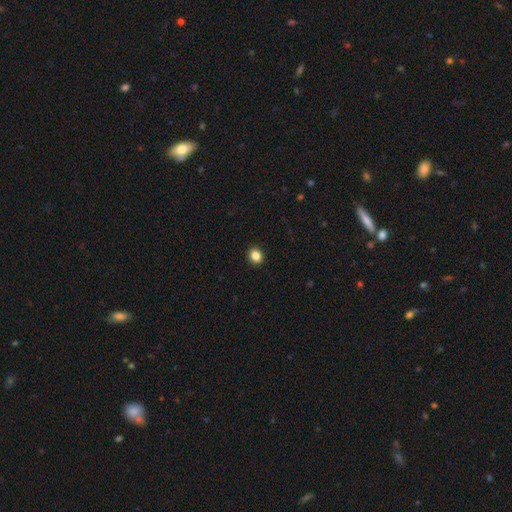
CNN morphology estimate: Overall: smooth (85%). How rounded: round (67%; in between 32%). Merging: none (92%).